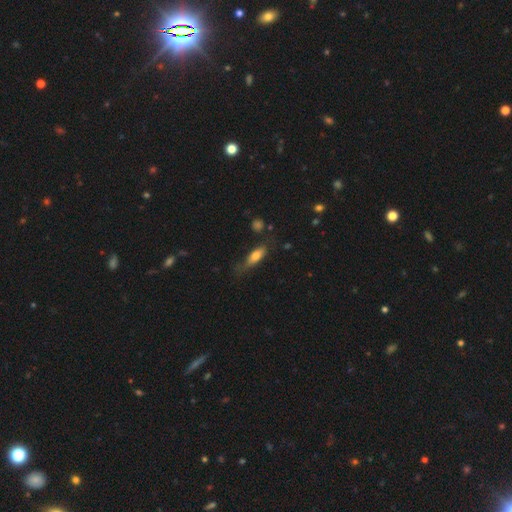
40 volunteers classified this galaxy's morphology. smooth 82%, featured or disk 10%, star or artifact 8%. Down the decision tree: how rounded — in between (70%); merging — none (57%).